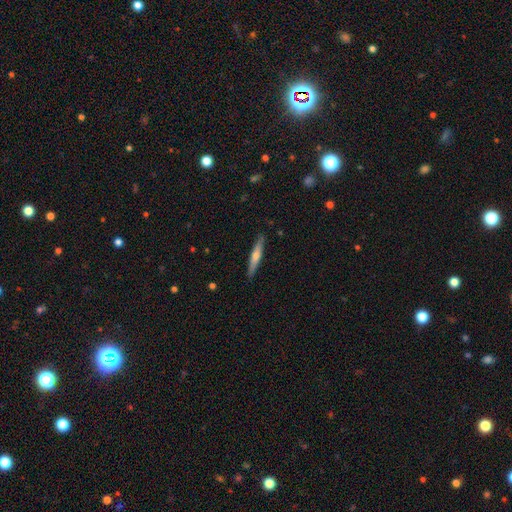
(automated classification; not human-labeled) A featured or disk galaxy (54%) viewed edge-on (95%) with a rounded central bulge (78%).

Vote fractions:
- Smooth or featured? featured or disk: 54% / smooth: 40% / star or artifact: 6%
- Edge-on disk? yes: 95% / no: 5%
- Edge-on bulge? rounded: 78% / none: 18% / boxy: 4%
- Merging? none: 90% / minor disturbance: 7% / major disturbance: 1% / merger: 1%